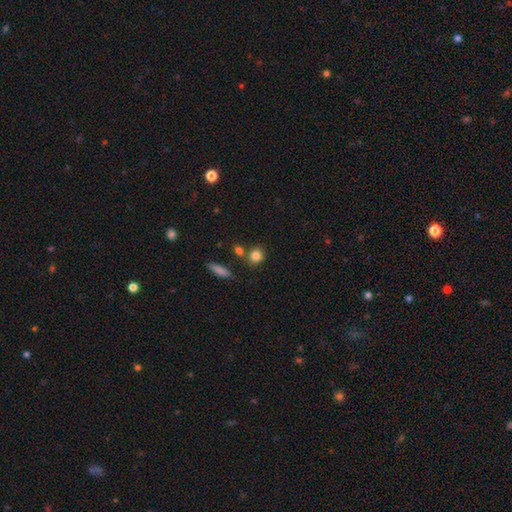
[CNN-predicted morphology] type=smooth (84%); roundness=round (78%); merging=none (68%).